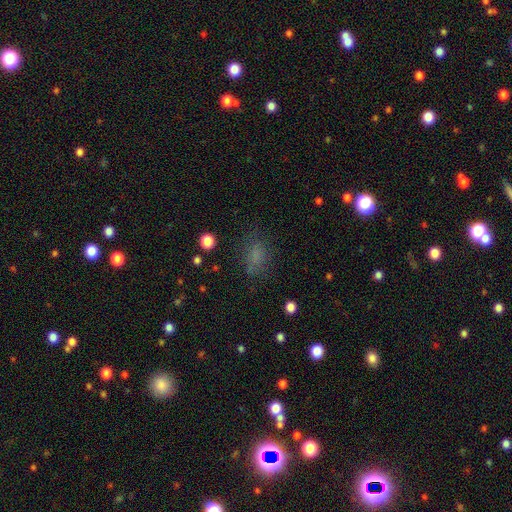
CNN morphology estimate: The model was most divided on "how rounded": in between: 72%, round: 26%, cigar-shaped: 3%. More confident: smooth or featured — smooth (71%); merging — none (69%).